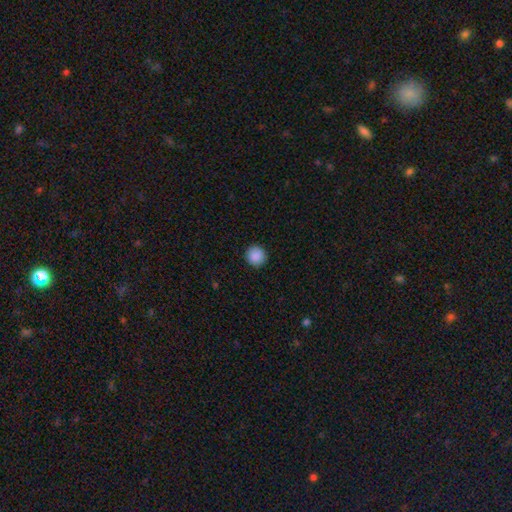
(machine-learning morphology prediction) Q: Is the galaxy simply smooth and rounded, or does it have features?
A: smooth — 89%.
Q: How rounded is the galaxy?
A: round — 94%.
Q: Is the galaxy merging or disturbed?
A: none — 92%.